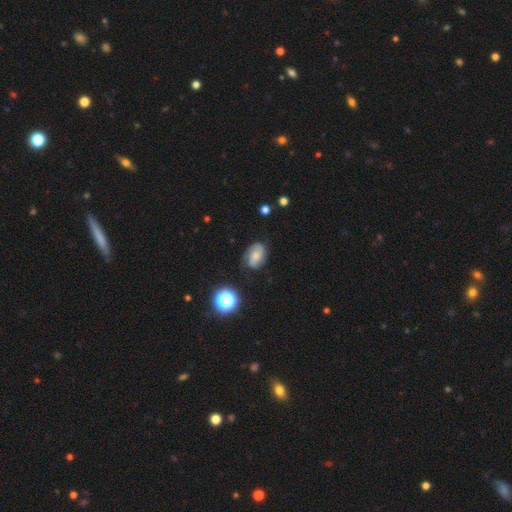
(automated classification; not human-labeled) The model was most divided on "smooth or featured": featured or disk: 45%, smooth: 43%, star or artifact: 12%. More confident: merging — none (70%).